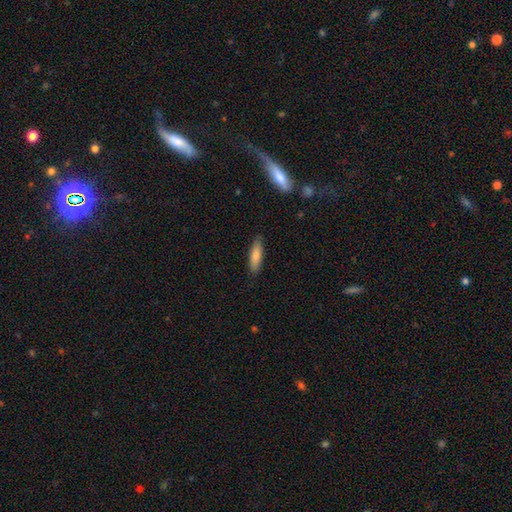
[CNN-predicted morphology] Overall: smooth (80%). How rounded: cigar-shaped (62%; in between 36%). Merging: none (85%).